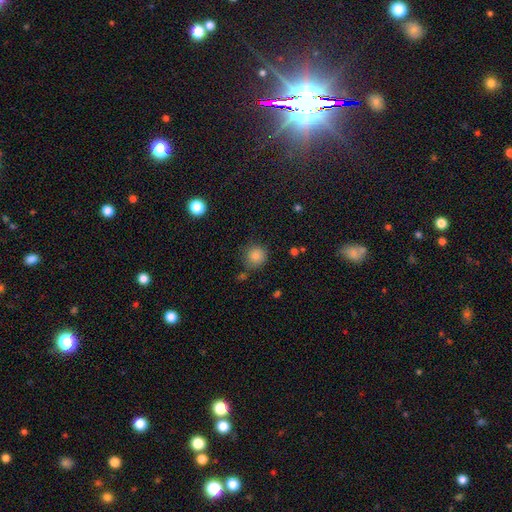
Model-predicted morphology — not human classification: smooth 84%, star or artifact 11%, featured or disk 5%. Down the decision tree: how rounded — round (91%); merging — none (75%).